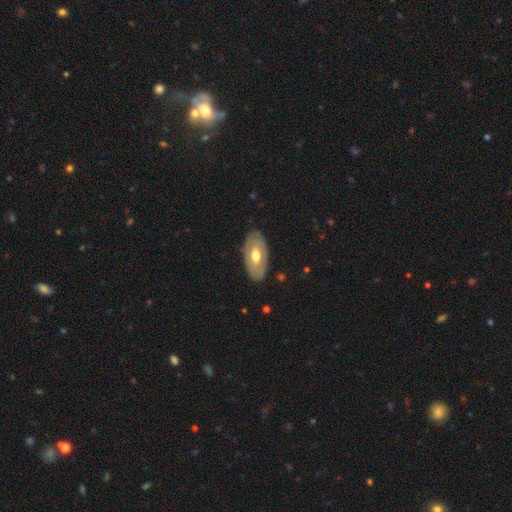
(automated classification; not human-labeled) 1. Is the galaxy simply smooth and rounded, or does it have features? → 50% featured or disk, 45% smooth, 5% star or artifact.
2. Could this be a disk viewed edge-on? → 86% no, 14% yes.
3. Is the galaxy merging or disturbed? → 84% none, 12% minor disturbance, 3% major disturbance, 1% merger.